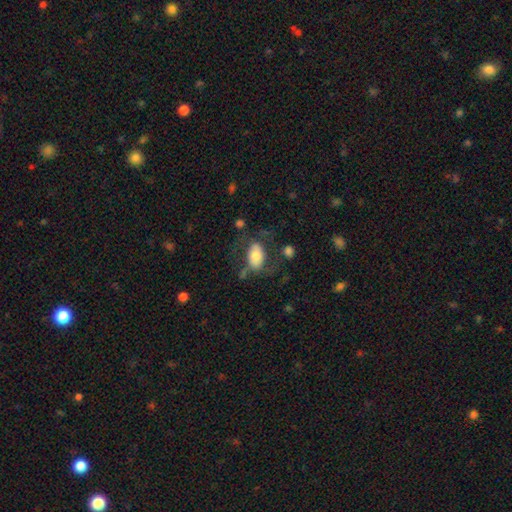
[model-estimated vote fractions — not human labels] smooth 66%, featured or disk 27%, star or artifact 7%. Down the decision tree: how rounded — in between (91%); merging — none (50%).